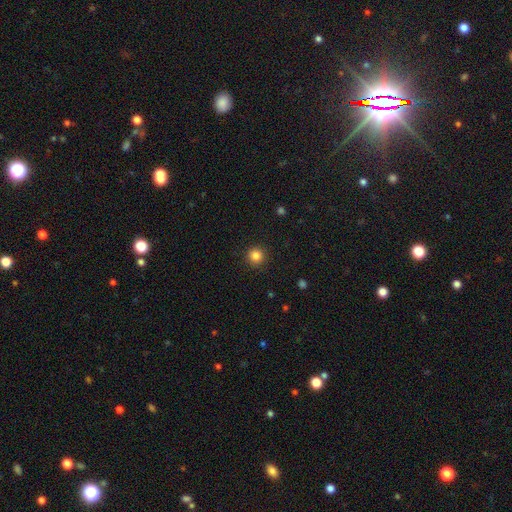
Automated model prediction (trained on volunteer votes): smooth 84%, star or artifact 12%, featured or disk 4%. Down the decision tree: how rounded — round (95%); merging — none (92%).